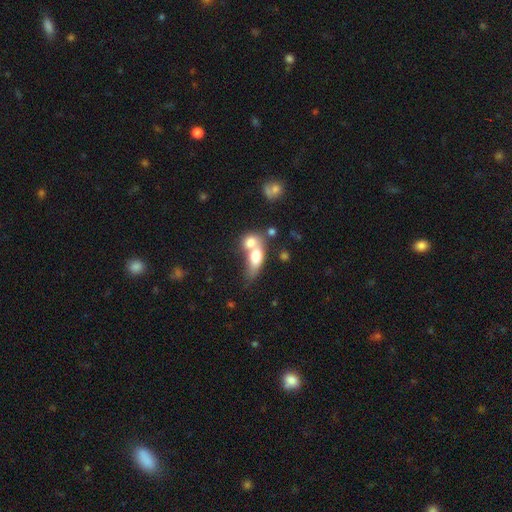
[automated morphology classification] smooth_or_featured: smooth (p=0.72) [alt: featured or disk p=0.21]
how_rounded: in between (p=0.71) [alt: round p=0.15]
merging: merger (p=0.67) [alt: none p=0.18]